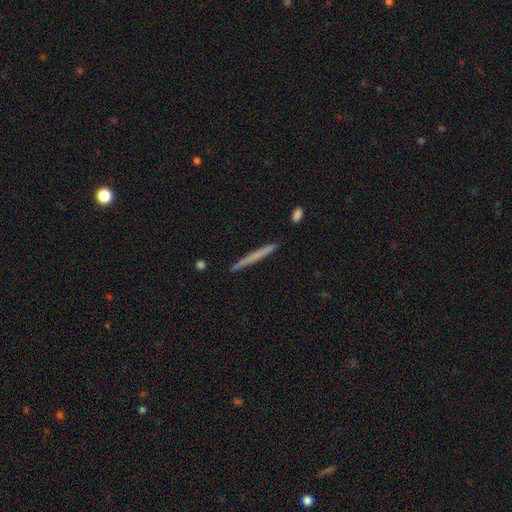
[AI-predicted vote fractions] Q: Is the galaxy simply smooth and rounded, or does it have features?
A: smooth — 57%.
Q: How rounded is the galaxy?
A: cigar-shaped — 97%.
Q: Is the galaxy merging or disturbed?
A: none — 91%.